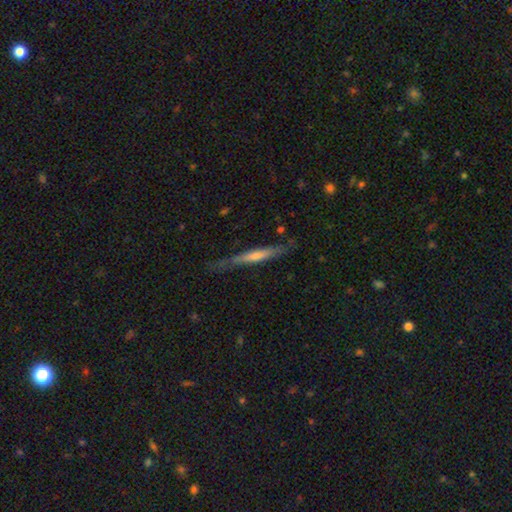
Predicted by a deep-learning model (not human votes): featured or disk 64%, smooth 29%, star or artifact 7%. Down the decision tree: edge-on disk — yes (95%); edge-on bulge — rounded (44%); merging — none (79%).